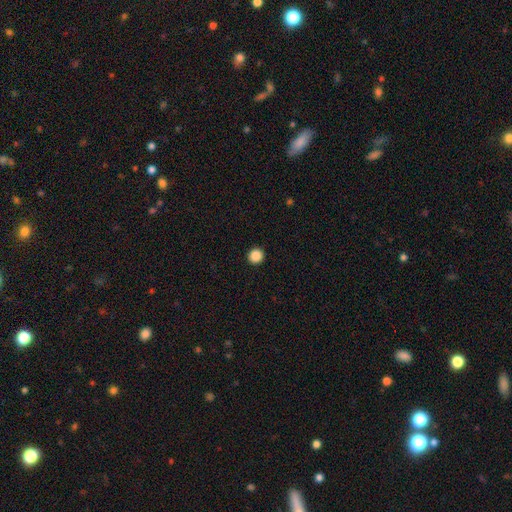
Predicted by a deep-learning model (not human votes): smooth_or_featured: smooth (p=0.88) [alt: star or artifact p=0.10]
how_rounded: round (p=0.95) [alt: in between p=0.04]
merging: none (p=0.94) [alt: minor disturbance p=0.04]